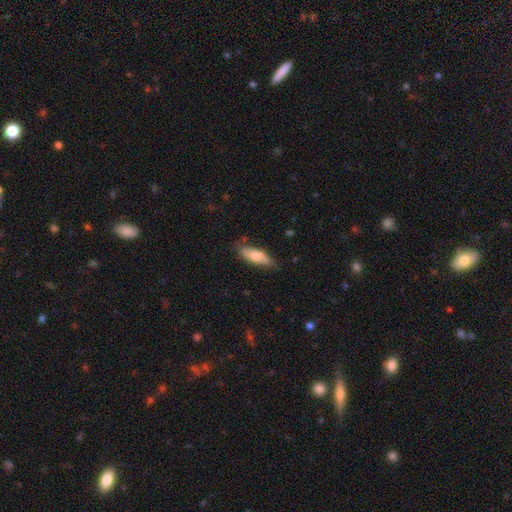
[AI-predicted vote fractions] Smooth or featured: smooth — 70% (featured or disk — 25%)
How rounded: in between — 66% (cigar-shaped — 32%)
Merging: none — 72% (minor disturbance — 22%)